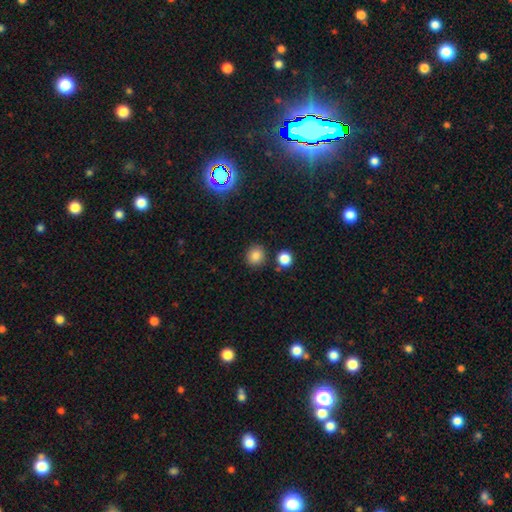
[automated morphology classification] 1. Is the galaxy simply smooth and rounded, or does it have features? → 83% smooth, 12% star or artifact, 5% featured or disk.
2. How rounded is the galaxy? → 85% round, 14% in between, 1% cigar-shaped.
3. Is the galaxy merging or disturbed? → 84% none, 8% minor disturbance, 6% merger, 3% major disturbance.